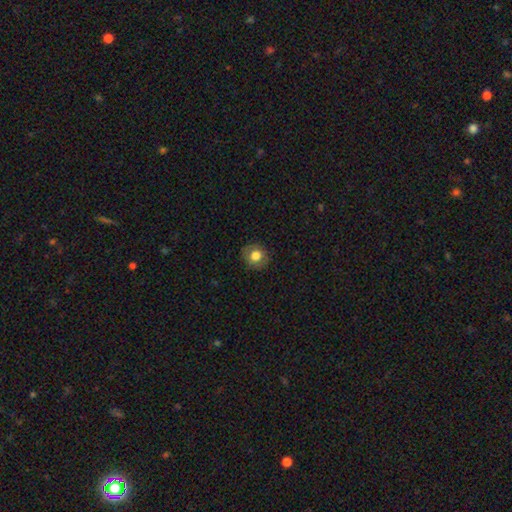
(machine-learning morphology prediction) smooth 76%, featured or disk 15%, star or artifact 9%. Down the decision tree: how rounded — round (86%); merging — none (87%).